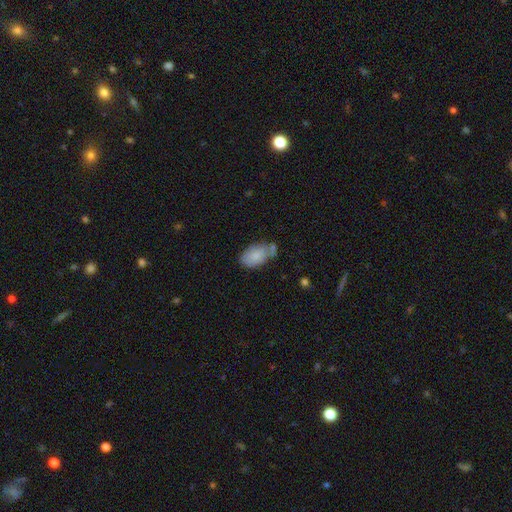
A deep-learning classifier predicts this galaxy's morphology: Overall: smooth (82%). How rounded: in between (93%). Merging: none (51%; minor disturbance 27%).